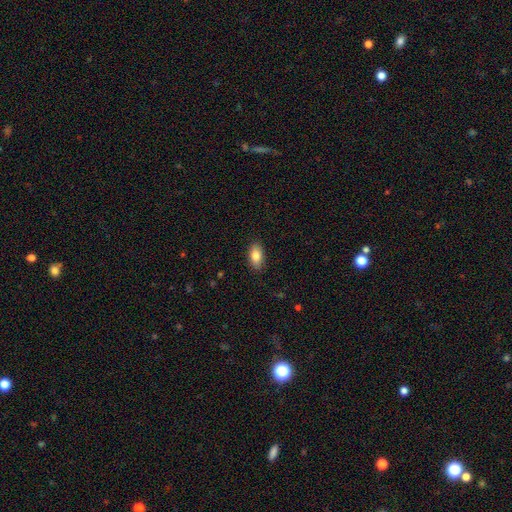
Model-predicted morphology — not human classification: This appears to be a smooth galaxy with no disk features (84%) that is in between round and cigar-shaped (92%). Merging: none (88%).